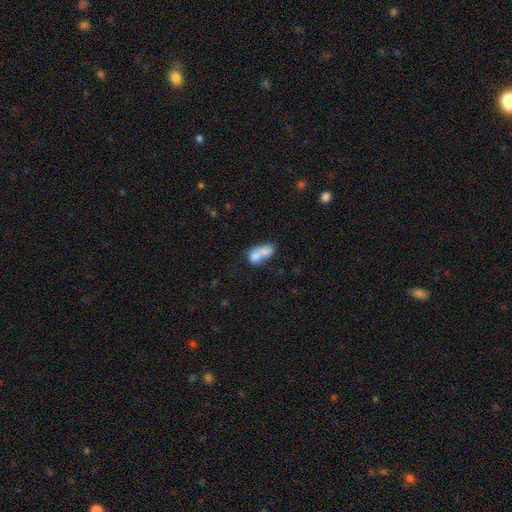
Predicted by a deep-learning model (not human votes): The model was most divided on "merging": merger: 68%, none: 18%, minor disturbance: 8%, major disturbance: 6%. More confident: how rounded — in between (77%); smooth or featured — smooth (72%).